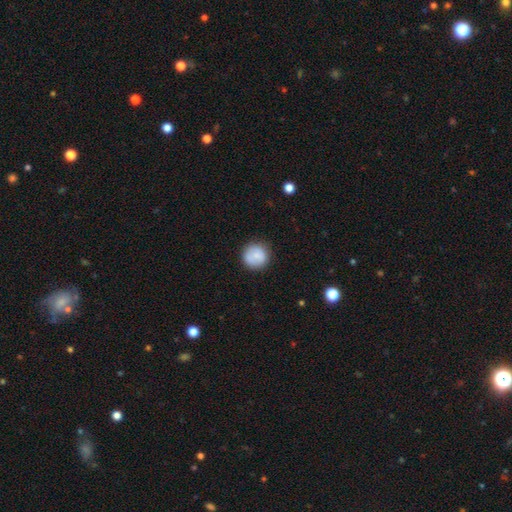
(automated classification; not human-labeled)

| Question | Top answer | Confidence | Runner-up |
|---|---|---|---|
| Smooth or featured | smooth | 82% | featured or disk (11%) |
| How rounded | round | 93% | in between (6%) |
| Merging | none | 83% | minor disturbance (12%) |